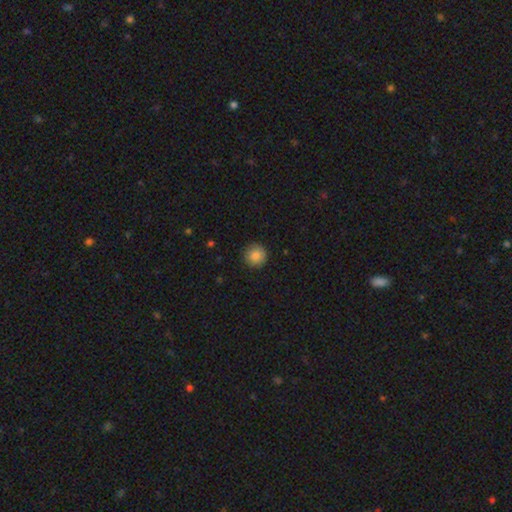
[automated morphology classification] Smooth or featured?
  - smooth: 85% *
  - star or artifact: 8%
  - featured or disk: 6%
How rounded?
  - round: 95% *
  - in between: 4%
  - cigar-shaped: 1%
Merging?
  - none: 89% *
  - minor disturbance: 8%
  - major disturbance: 2%
  - merger: 1%